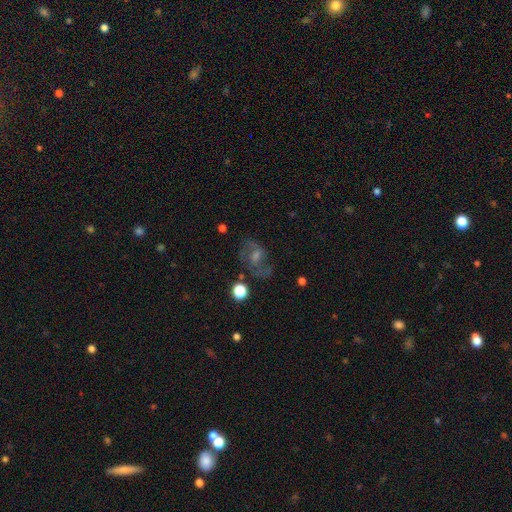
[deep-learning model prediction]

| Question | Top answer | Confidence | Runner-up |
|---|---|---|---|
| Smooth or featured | featured or disk | 63% | star or artifact (19%) |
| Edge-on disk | no | 96% | yes (4%) |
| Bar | weak | 46% | no (43%) |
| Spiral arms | yes | 85% | no (15%) |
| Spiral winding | medium | 51% | loose (32%) |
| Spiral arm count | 2 | 77% | can't tell (13%) |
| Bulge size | small | 41% | tied: moderate (41%) |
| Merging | none | 69% | minor disturbance (16%) |